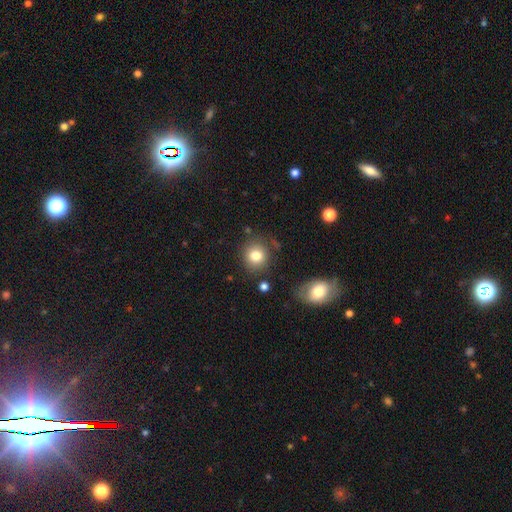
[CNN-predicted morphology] Smooth or featured? smooth (81%)
How rounded? round (85%)
Merging? none (81%)